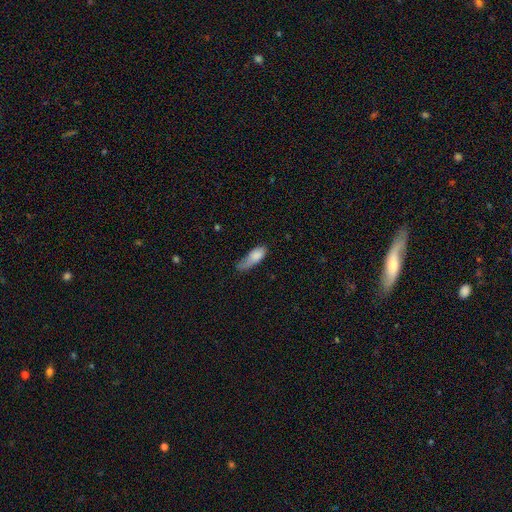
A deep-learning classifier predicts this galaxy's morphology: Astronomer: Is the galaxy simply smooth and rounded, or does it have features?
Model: smooth — 80%.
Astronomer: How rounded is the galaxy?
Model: in between — 67%.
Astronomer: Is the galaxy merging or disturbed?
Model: minor disturbance — 42% (runner-up: none, 29%).